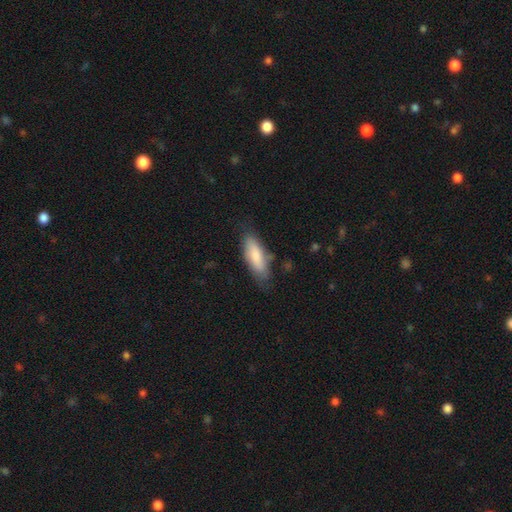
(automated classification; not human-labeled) smooth_or_featured: smooth (p=0.80) [alt: featured or disk p=0.14]
how_rounded: in between (p=0.63) [alt: cigar-shaped p=0.36]
merging: none (p=0.69) [alt: minor disturbance p=0.23]